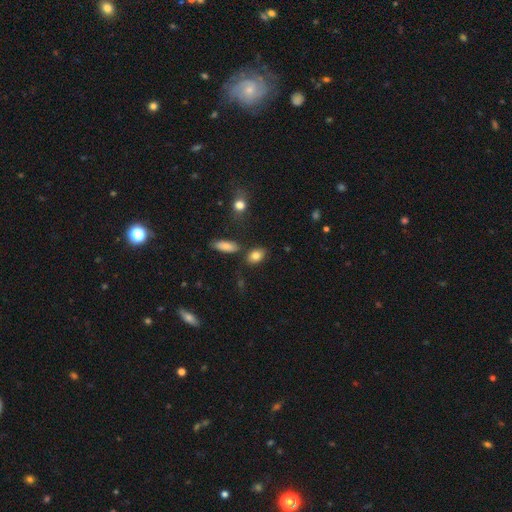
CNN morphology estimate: smooth-or-featured: smooth: 82% | featured or disk: 9% | star or artifact: 8%
  how-rounded: in between: 84% | round: 14% | cigar-shaped: 2%
  merging: none: 76% | minor disturbance: 13% | merger: 8% | major disturbance: 3%